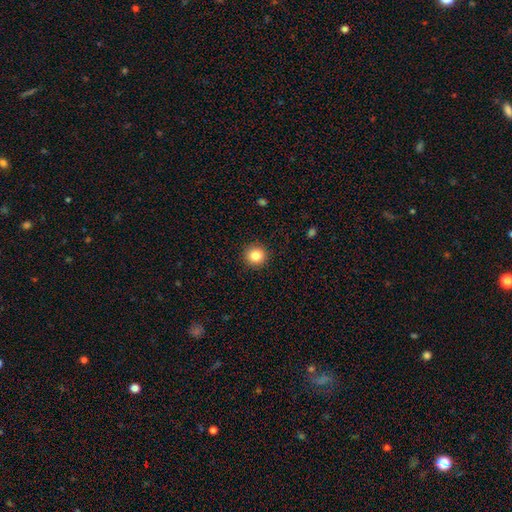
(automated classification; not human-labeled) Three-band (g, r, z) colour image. It shows a smooth galaxy with no disk features (85%) that is round (94%). Merging: none (92%).